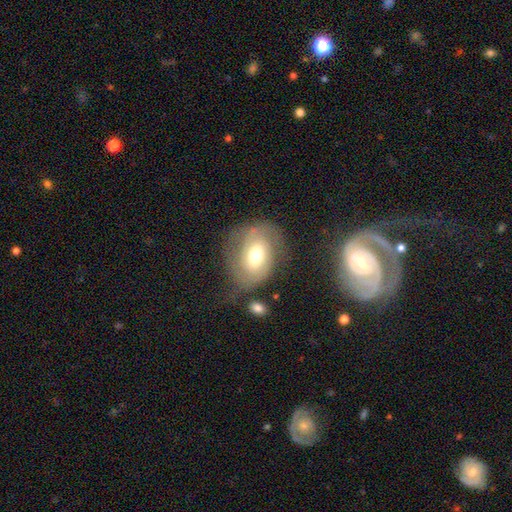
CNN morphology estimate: Smooth or featured: featured or disk — 57% (smooth — 35%)
Edge-on disk: no — 95% (yes — 5%)
Bar: no — 51% (weak — 37%)
Spiral arms: yes — 76% (no — 24%)
Bulge size: moderate — 68% (large — 18%)
Merging: none — 54% (minor disturbance — 23%)